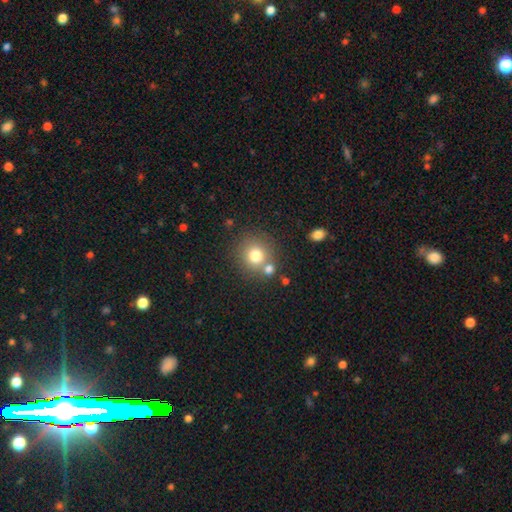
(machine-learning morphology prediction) The model was most divided on "merging": none: 70%, merger: 18%, minor disturbance: 9%, major disturbance: 3%. More confident: how rounded — round (90%); smooth or featured — smooth (76%).